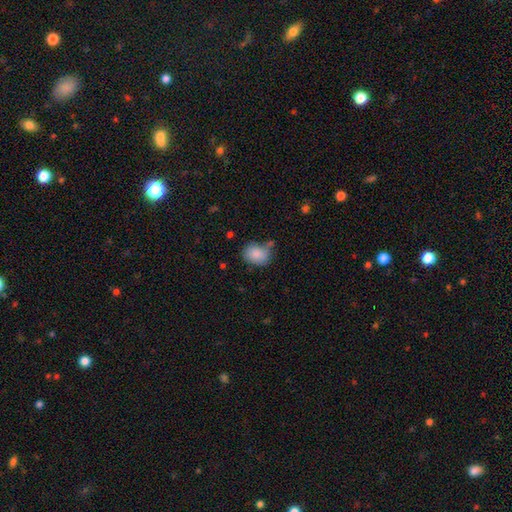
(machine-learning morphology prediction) A smooth galaxy with no disk features (85%) that is in between round and cigar-shaped (60%).

Vote fractions:
- Smooth or featured? smooth: 85% / star or artifact: 8% / featured or disk: 7%
- How rounded? in between: 60% / round: 39% / cigar-shaped: 1%
- Merging? none: 63% / minor disturbance: 23% / merger: 8% / major disturbance: 6%